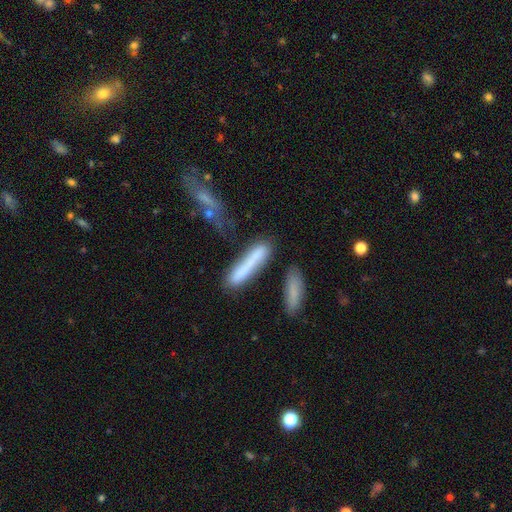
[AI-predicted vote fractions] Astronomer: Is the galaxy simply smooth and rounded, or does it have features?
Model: smooth — 70%.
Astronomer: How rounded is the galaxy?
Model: cigar-shaped — 85%.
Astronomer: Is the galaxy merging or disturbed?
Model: none — 49%.